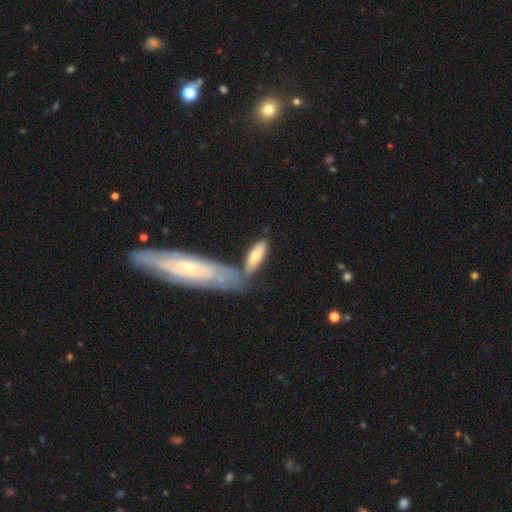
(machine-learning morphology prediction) A smooth galaxy with no disk features (68%) that is in between round and cigar-shaped (61%). Merging: none (52%).